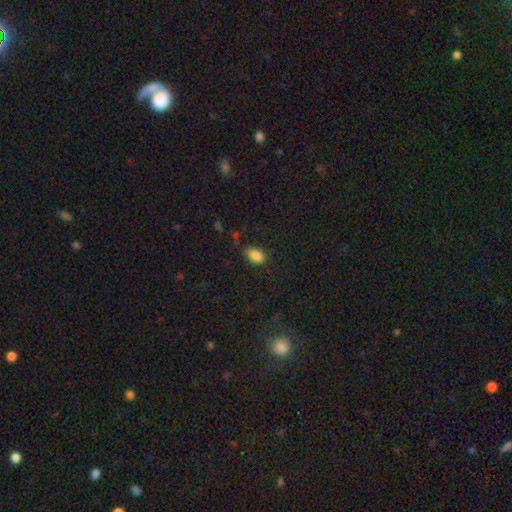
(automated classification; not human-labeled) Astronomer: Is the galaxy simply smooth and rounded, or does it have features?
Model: smooth — 87%.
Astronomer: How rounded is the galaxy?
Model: in between — 87%.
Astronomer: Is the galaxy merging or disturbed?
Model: none — 75%.